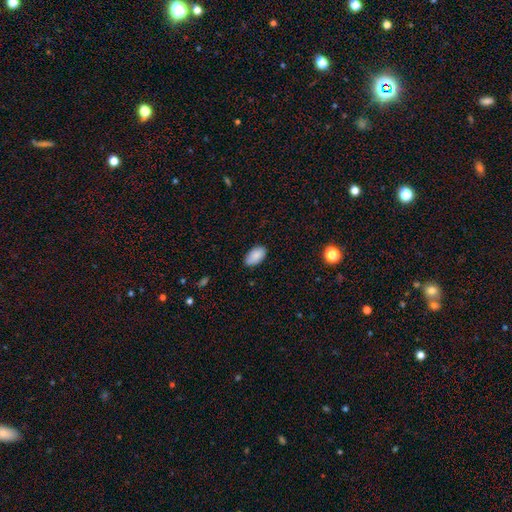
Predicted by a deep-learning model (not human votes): smooth 85%, featured or disk 8%, star or artifact 7%. Down the decision tree: how rounded — in between (94%); merging — none (77%).